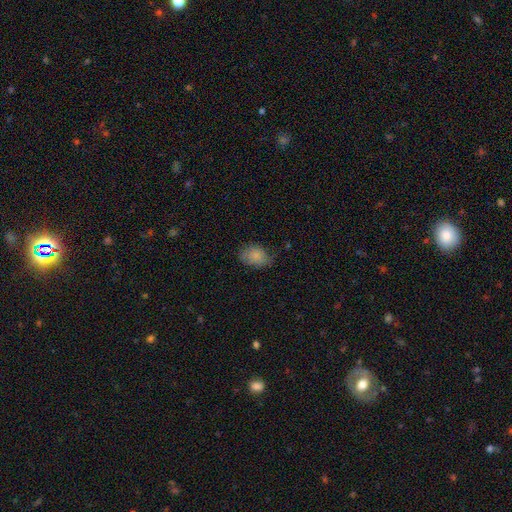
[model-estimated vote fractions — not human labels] Overall: smooth (82%). How rounded: in between (76%). Merging: none (58%; minor disturbance 31%).